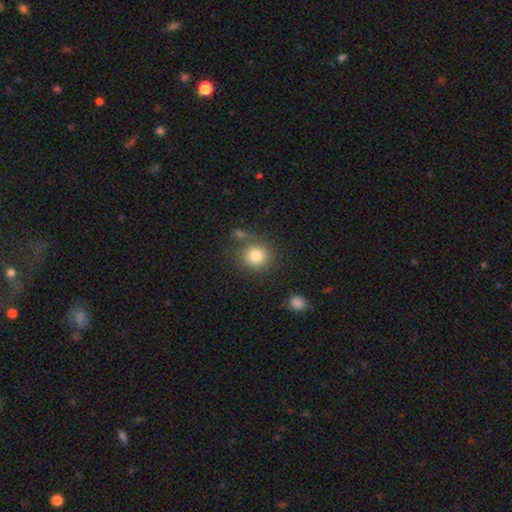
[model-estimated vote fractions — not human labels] This appears to be a smooth galaxy with no disk features (83%) that is round (89%). Merging: none (75%).